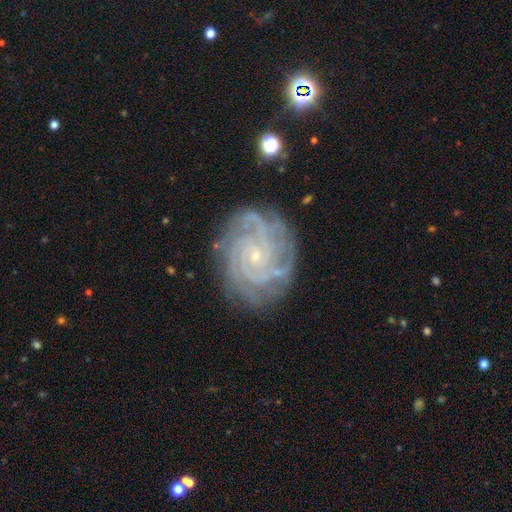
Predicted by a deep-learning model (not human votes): smooth_or_featured: featured or disk (p=0.89) [alt: star or artifact p=0.06]
disk_edge_on: no (p=0.98) [alt: yes p=0.02]
bar: no (p=0.74) [alt: weak p=0.19]
has_spiral_arms: yes (p=0.98) [alt: no p=0.02]
spiral_winding: tight (p=0.78) [alt: medium p=0.19]
spiral_arm_count: 4 (p=0.31) [alt: can't tell p=0.19]
bulge_size: small (p=0.87) [alt: moderate p=0.09]
merging: none (p=0.79) [alt: minor disturbance p=0.14]